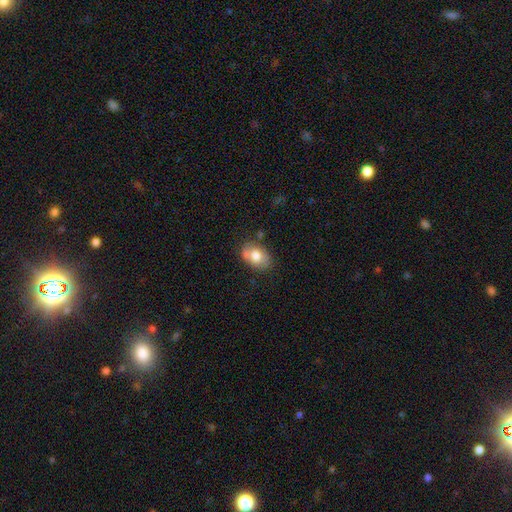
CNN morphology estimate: The model was most divided on "merging": none: 63%, minor disturbance: 20%, merger: 12%, major disturbance: 5%. More confident: how rounded — in between (79%); smooth or featured — smooth (73%).